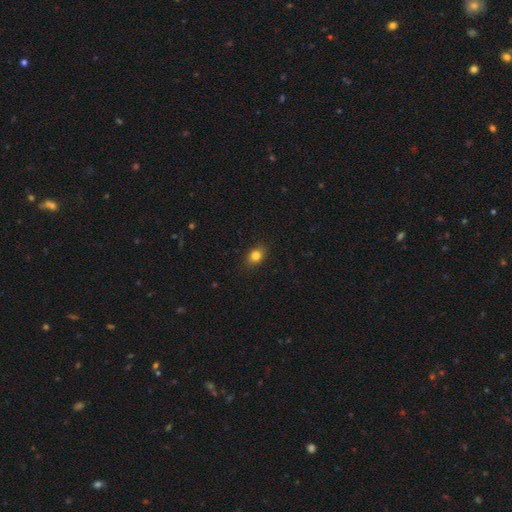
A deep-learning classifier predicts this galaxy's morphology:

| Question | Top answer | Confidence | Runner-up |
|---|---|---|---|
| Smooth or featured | smooth | 83% | star or artifact (11%) |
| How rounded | in between | 60% | round (38%) |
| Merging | none | 86% | minor disturbance (11%) |